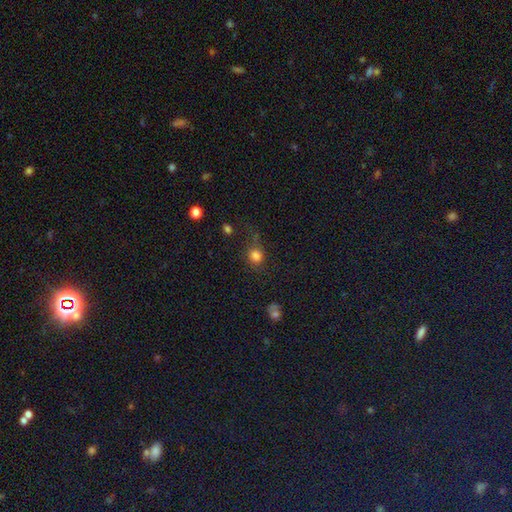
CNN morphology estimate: Smooth or featured? smooth (80%)
How rounded? round (83%)
Merging? none (63%)